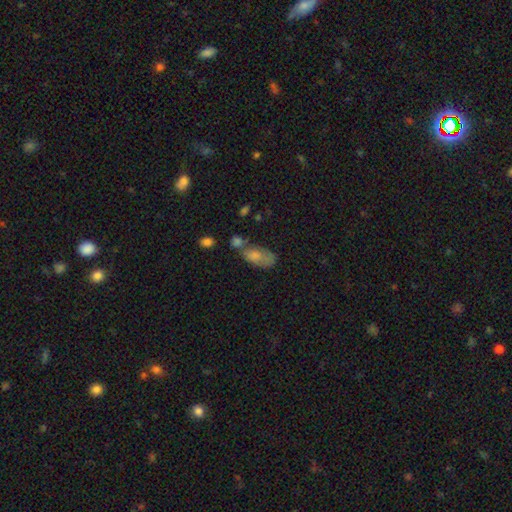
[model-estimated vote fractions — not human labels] A smooth galaxy with no disk features (73%) that is in between round and cigar-shaped (90%).

Vote fractions:
- Smooth or featured? smooth: 73% / featured or disk: 17% / star or artifact: 9%
- How rounded? in between: 90% / cigar-shaped: 5% / round: 5%
- Merging? merger: 32% / none: 30% / minor disturbance: 22% / major disturbance: 16%